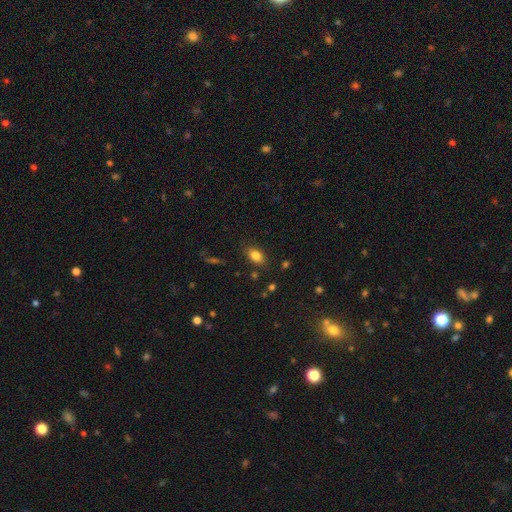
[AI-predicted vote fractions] The model was most divided on "merging": none: 83%, minor disturbance: 12%, major disturbance: 3%, merger: 2%. More confident: how rounded — in between (86%); smooth or featured — smooth (82%).